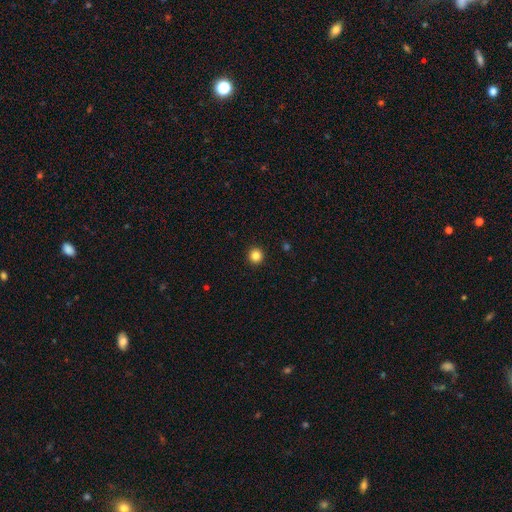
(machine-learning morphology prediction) The model was most divided on "smooth or featured": smooth: 84%, star or artifact: 12%, featured or disk: 4%. More confident: how rounded — round (96%); merging — none (94%).